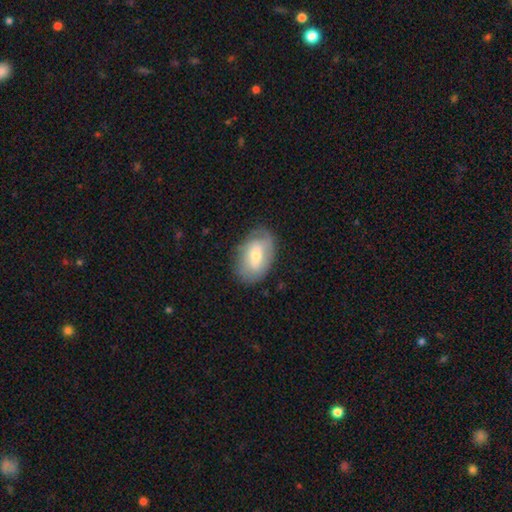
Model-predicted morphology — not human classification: Smooth or featured: smooth — 49% (featured or disk — 44%)
Merging: none — 72% (minor disturbance — 20%)